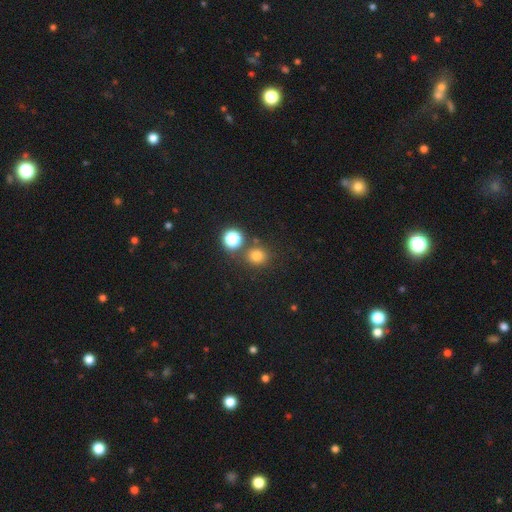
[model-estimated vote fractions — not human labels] Smooth or featured? Predicted: smooth (p=0.75). How rounded? Predicted: round (p=0.83). Merging? Predicted: none (p=0.76).